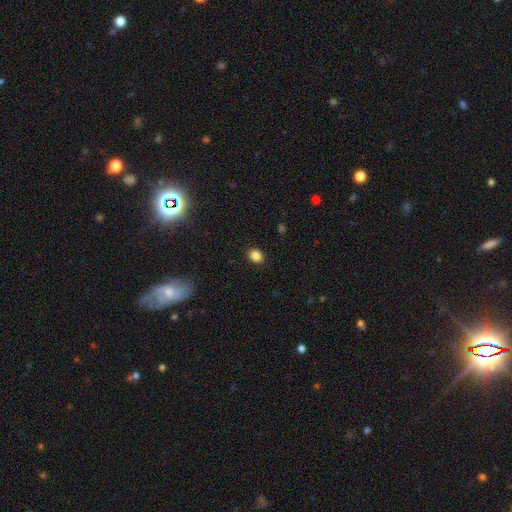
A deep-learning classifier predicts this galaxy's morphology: The model was most divided on "how rounded": round: 58%, in between: 41%, cigar-shaped: 1%. More confident: merging — none (91%); smooth or featured — smooth (85%).